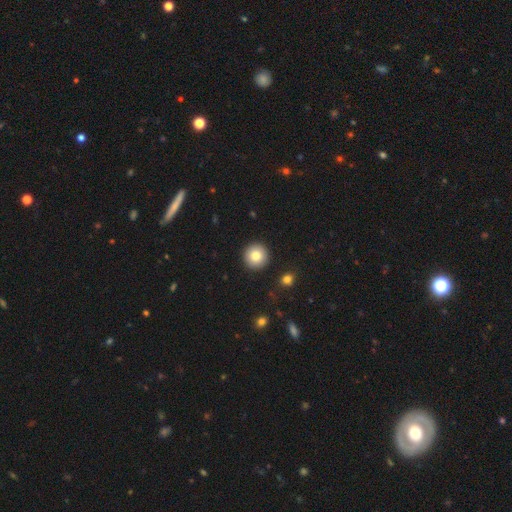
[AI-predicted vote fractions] Smooth or featured?
  - smooth: 82% *
  - featured or disk: 9%
  - star or artifact: 9%
How rounded?
  - round: 96% *
  - in between: 3%
  - cigar-shaped: 1%
Merging?
  - none: 92% *
  - minor disturbance: 5%
  - major disturbance: 2%
  - merger: 1%